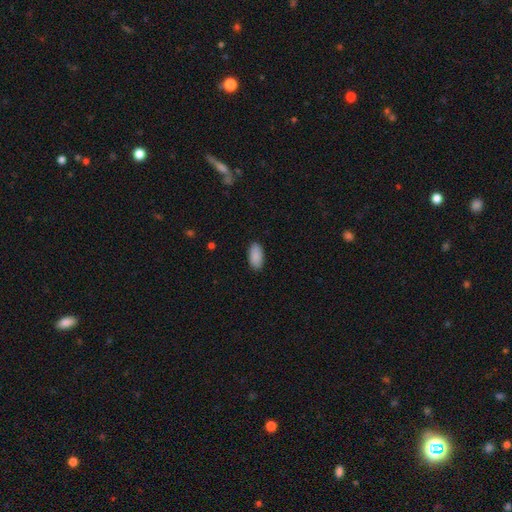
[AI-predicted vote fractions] The model was most divided on "merging": none: 89%, minor disturbance: 8%, major disturbance: 2%, merger: 1%. More confident: how rounded — in between (94%); smooth or featured — smooth (90%).